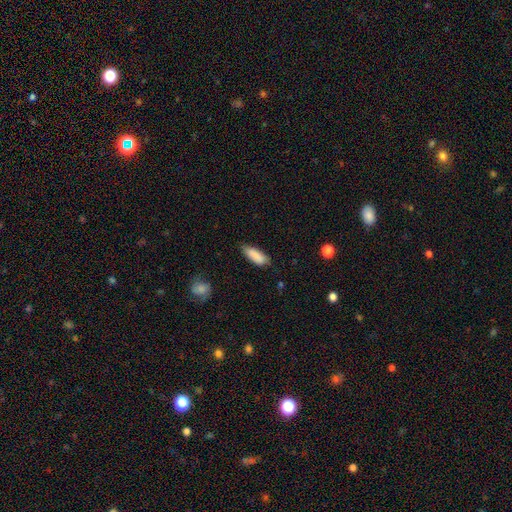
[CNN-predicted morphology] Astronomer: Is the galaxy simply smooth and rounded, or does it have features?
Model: smooth — 87%.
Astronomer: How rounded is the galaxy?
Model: in between — 70%.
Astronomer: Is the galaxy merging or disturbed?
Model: none — 69%.